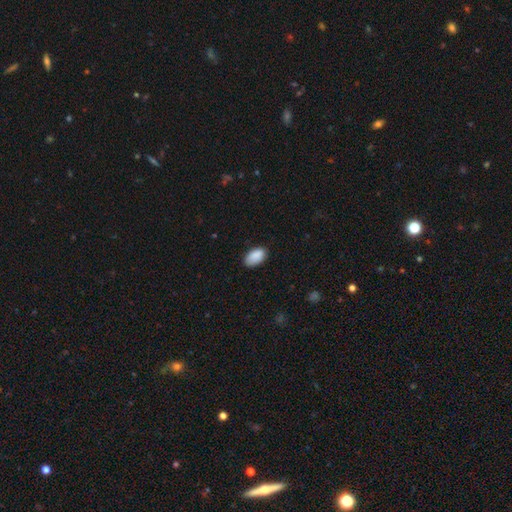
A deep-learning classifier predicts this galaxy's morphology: A smooth galaxy with no disk features (89%) that is in between round and cigar-shaped (94%). Merging: none (79%).